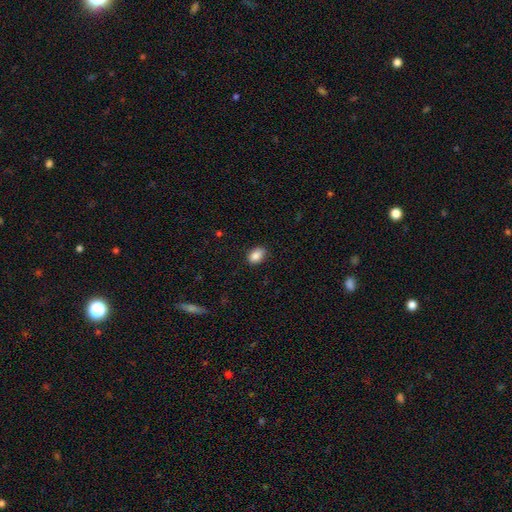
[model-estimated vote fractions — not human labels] Smooth or featured? smooth (87%)
How rounded? in between (82%)
Merging? none (83%)